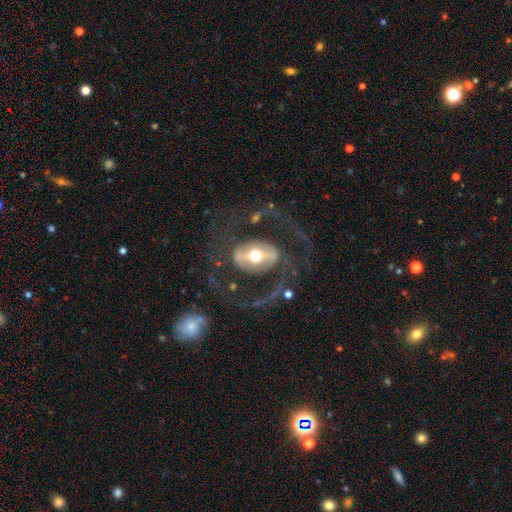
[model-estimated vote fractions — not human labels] smooth_or_featured: featured or disk (p=0.80) [alt: smooth p=0.14]
disk_edge_on: no (p=0.93) [alt: yes p=0.07]
bar: strong (p=0.55) [alt: weak p=0.27]
has_spiral_arms: yes (p=0.73) [alt: no p=0.27]
spiral_winding: medium (p=0.44) [alt: loose p=0.41]
spiral_arm_count: 2 (p=0.87) [alt: can't tell p=0.05]
bulge_size: moderate (p=0.66) [alt: large p=0.22]
merging: none (p=0.64) [alt: major disturbance p=0.21]